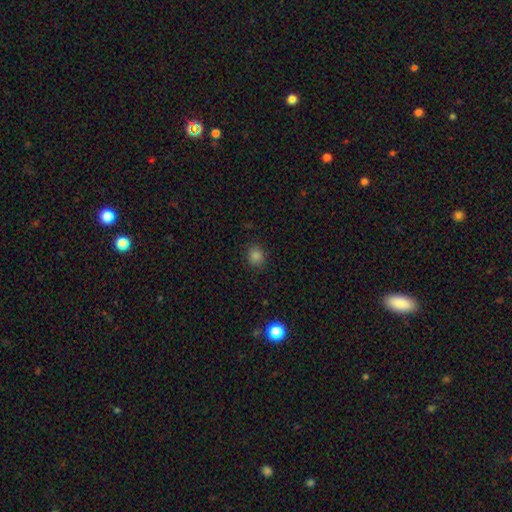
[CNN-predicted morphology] smooth-or-featured: smooth: 82% | star or artifact: 14% | featured or disk: 4%
  how-rounded: round: 70% | in between: 29% | cigar-shaped: 1%
  merging: none: 89% | minor disturbance: 8% | major disturbance: 2% | merger: 1%